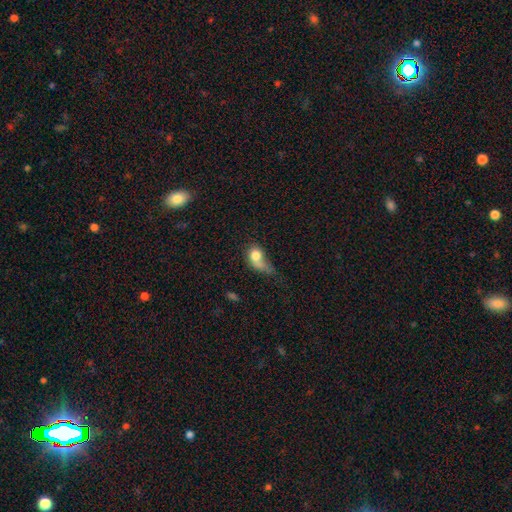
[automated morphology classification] A smooth galaxy with no disk features (73%) that is in between round and cigar-shaped (50%). Merging: major disturbance (39%).